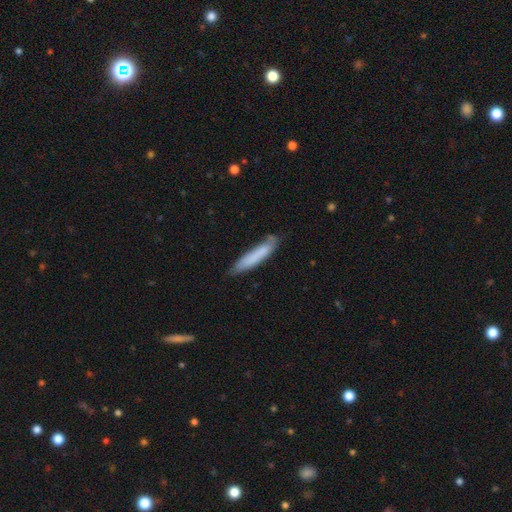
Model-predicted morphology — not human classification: smooth-or-featured: smooth: 77% | featured or disk: 17% | star or artifact: 6%
  how-rounded: cigar-shaped: 88% | in between: 11% | round: 1%
  merging: none: 73% | minor disturbance: 21% | major disturbance: 4% | merger: 2%